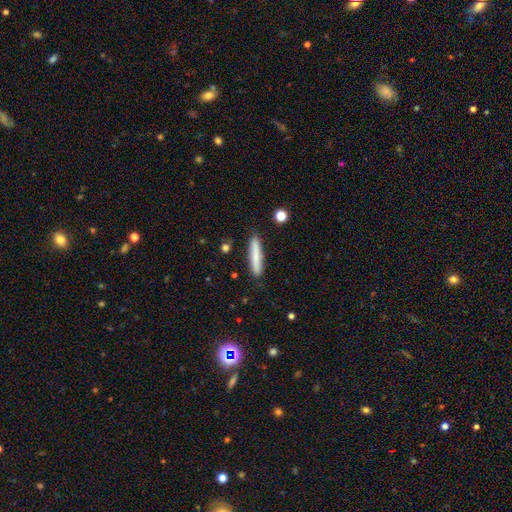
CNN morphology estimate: A smooth galaxy with no disk features (76%) that is cigar-shaped (92%).

Vote fractions:
- Smooth or featured? smooth: 76% / featured or disk: 17% / star or artifact: 7%
- How rounded? cigar-shaped: 92% / in between: 7% / round: 1%
- Merging? none: 88% / minor disturbance: 9% / major disturbance: 2% / merger: 2%